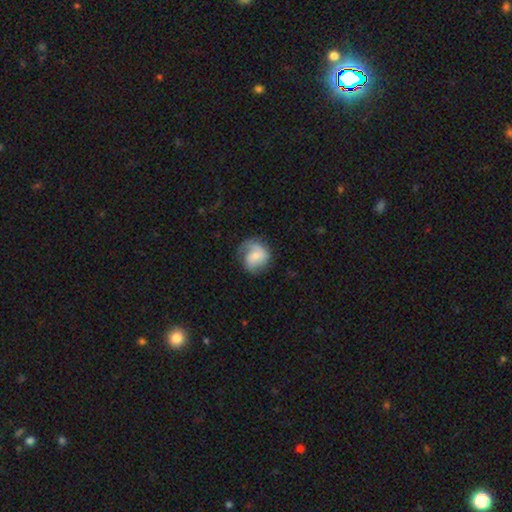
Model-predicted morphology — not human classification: Smooth or featured? featured or disk (58%)
Edge-on disk? no (98%)
Bar? no (63%)
Spiral arms? yes (89%)
Bulge size? small (52%)
Merging? none (59%)